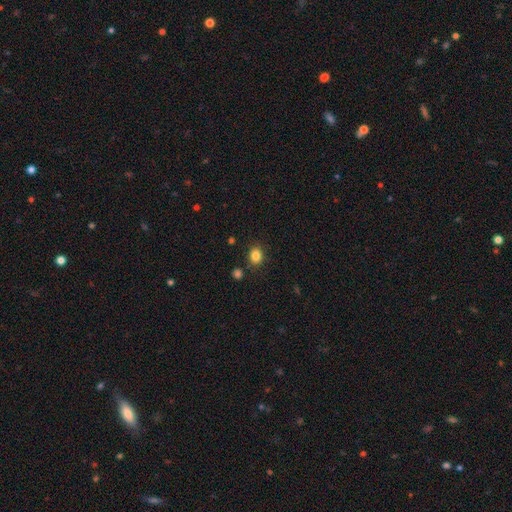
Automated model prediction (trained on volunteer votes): Smooth or featured: smooth — 84% (star or artifact — 11%)
How rounded: round — 58% (in between — 41%)
Merging: none — 83% (minor disturbance — 10%)